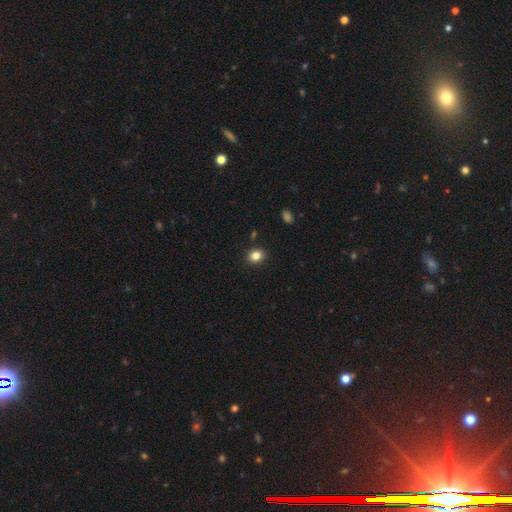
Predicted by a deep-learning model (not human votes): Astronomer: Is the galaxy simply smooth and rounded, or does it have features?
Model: smooth — 83%.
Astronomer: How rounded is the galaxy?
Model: round — 72%.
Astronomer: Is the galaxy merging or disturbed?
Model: none — 89%.